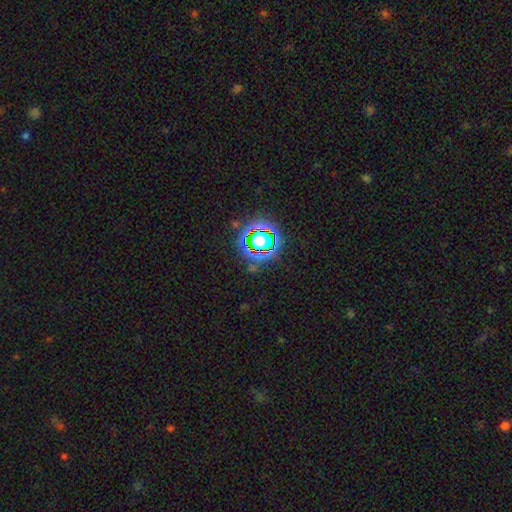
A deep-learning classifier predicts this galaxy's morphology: Smooth or featured? star or artifact (79%)